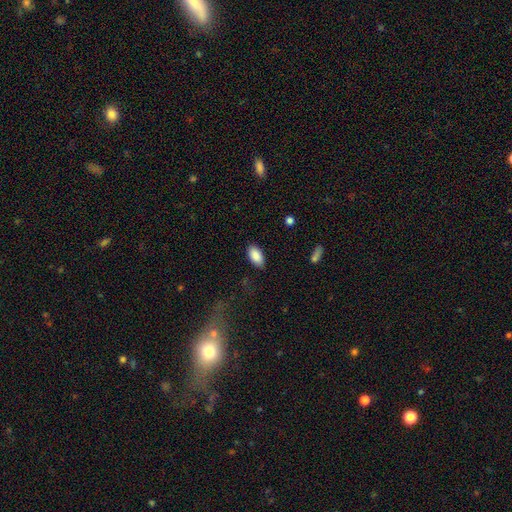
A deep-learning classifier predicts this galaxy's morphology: Smooth or featured? smooth (89%)
How rounded? in between (94%)
Merging? none (82%)